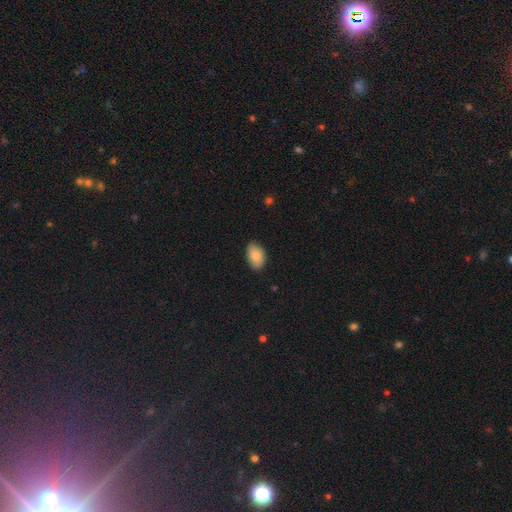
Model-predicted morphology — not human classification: Smooth or featured? Predicted: smooth (p=0.85). How rounded? Predicted: in between (p=0.91). Merging? Predicted: none (p=0.84).